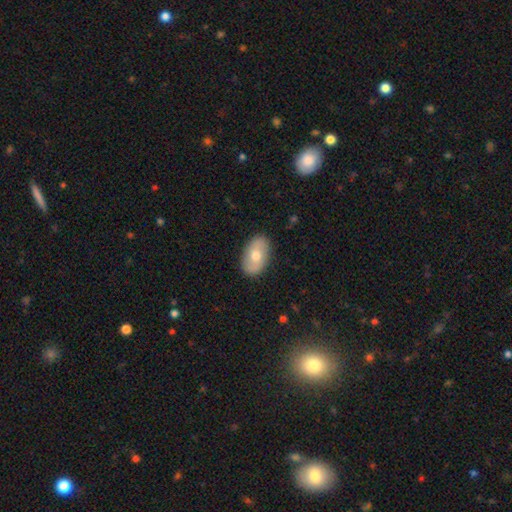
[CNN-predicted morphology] A smooth galaxy with no disk features (59%) that is in between round and cigar-shaped (92%). Merging: none (86%).